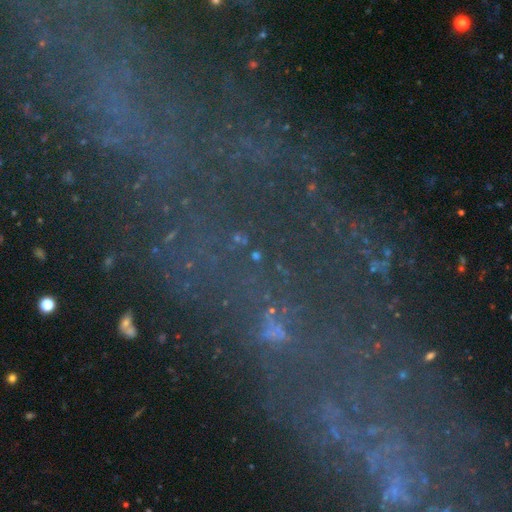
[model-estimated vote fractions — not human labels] A star or artifact, not a galaxy (65%).